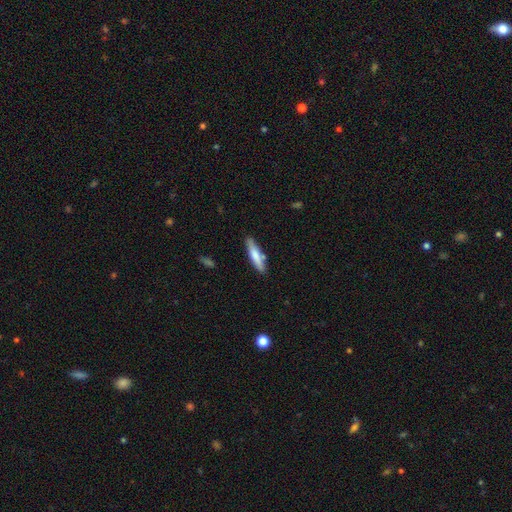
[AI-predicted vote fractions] This appears to be a smooth galaxy with no disk features (70%) that is cigar-shaped (81%). Merging: none (80%).